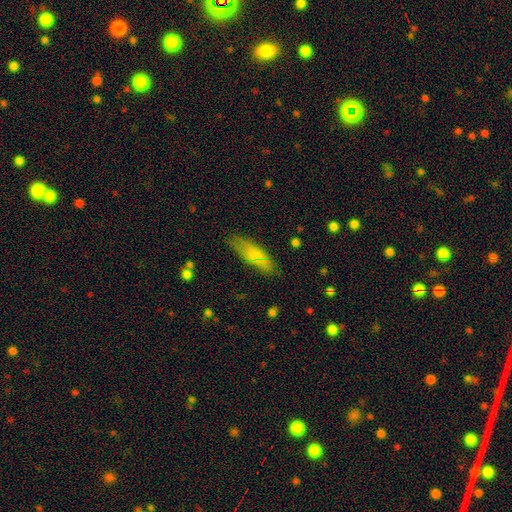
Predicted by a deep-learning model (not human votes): Q: Smooth or featured?
A: smooth (74%); runner-up: featured or disk (18%)
Q: How rounded?
A: in between (50%); runner-up: cigar-shaped (47%)
Q: Merging?
A: none (78%); runner-up: minor disturbance (16%)